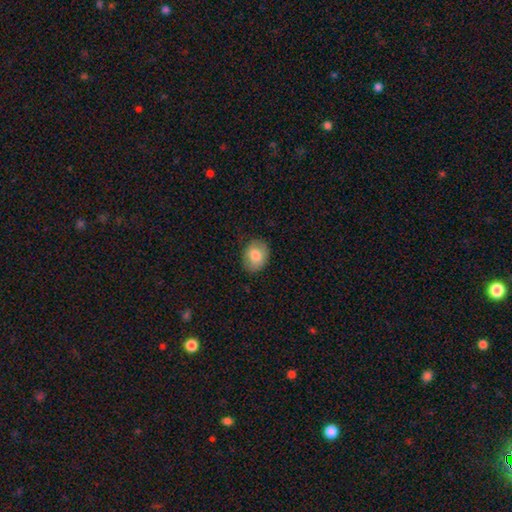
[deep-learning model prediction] A smooth galaxy with no disk features (81%) that is in between round and cigar-shaped (65%).

Vote fractions:
- Smooth or featured? smooth: 81% / featured or disk: 11% / star or artifact: 7%
- How rounded? in between: 65% / round: 34% / cigar-shaped: 1%
- Merging? none: 84% / minor disturbance: 12% / major disturbance: 3% / merger: 1%